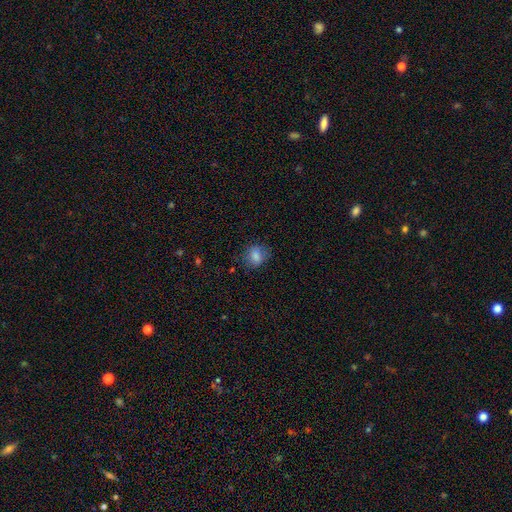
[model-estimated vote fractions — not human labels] Smooth or featured? Predicted: smooth (p=0.81). How rounded? Predicted: round (p=0.52). Merging? Predicted: none (p=0.75).